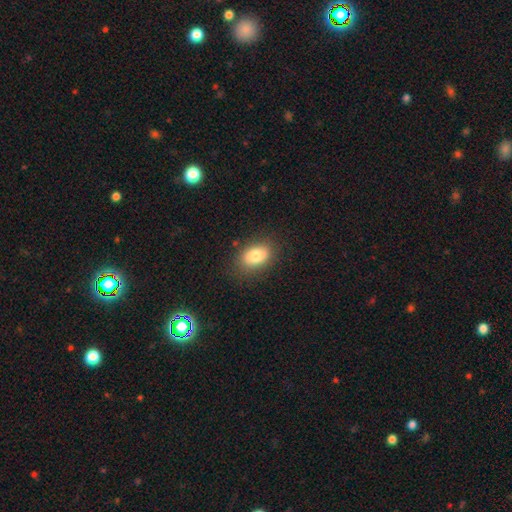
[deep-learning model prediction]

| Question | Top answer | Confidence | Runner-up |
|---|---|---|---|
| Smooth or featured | smooth | 81% | featured or disk (11%) |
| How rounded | in between | 85% | round (14%) |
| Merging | none | 83% | minor disturbance (12%) |